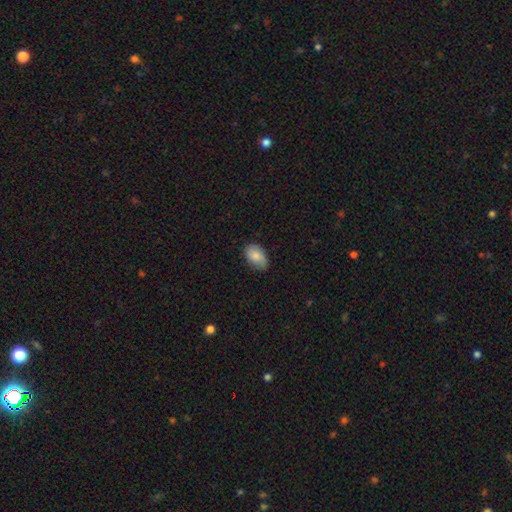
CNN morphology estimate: Overall: smooth (82%). How rounded: in between (90%). Merging: none (73%).